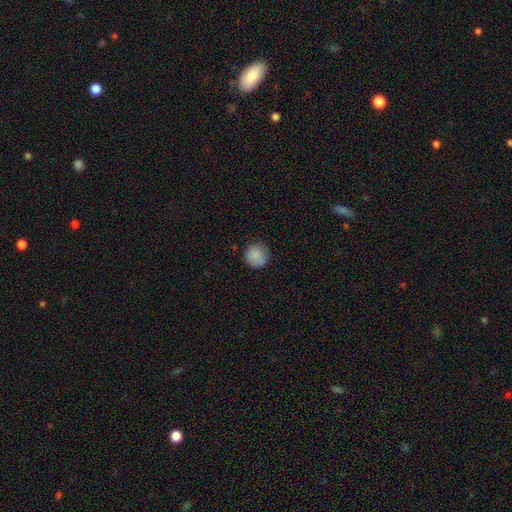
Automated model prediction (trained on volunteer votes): Smooth or featured? smooth (85%)
How rounded? round (94%)
Merging? none (82%)